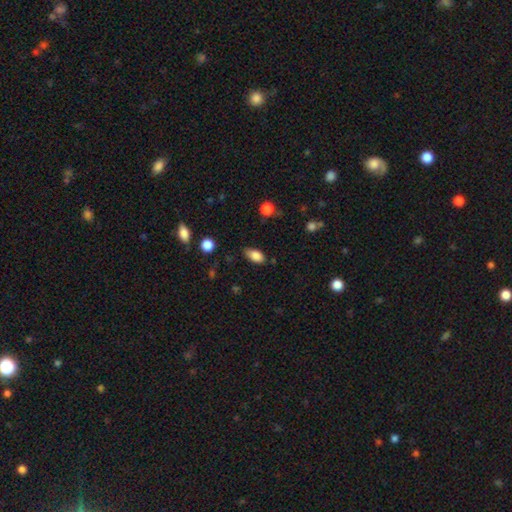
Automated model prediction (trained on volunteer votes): This is clearly a smooth galaxy (84%). How rounded: clearly in between (90%). Merging: likely none (73%).